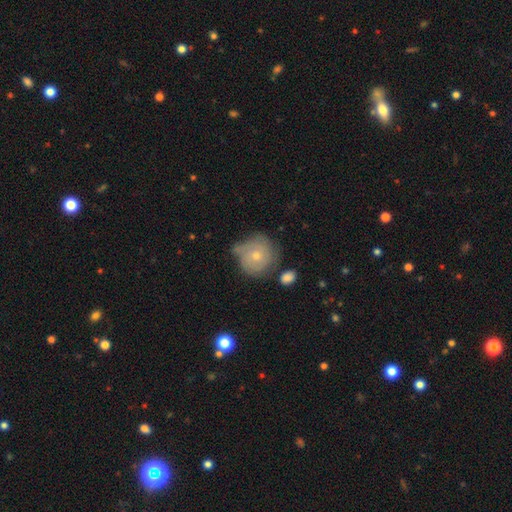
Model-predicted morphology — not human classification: This is possibly a smooth galaxy (50%). Merging: possibly none (51%).